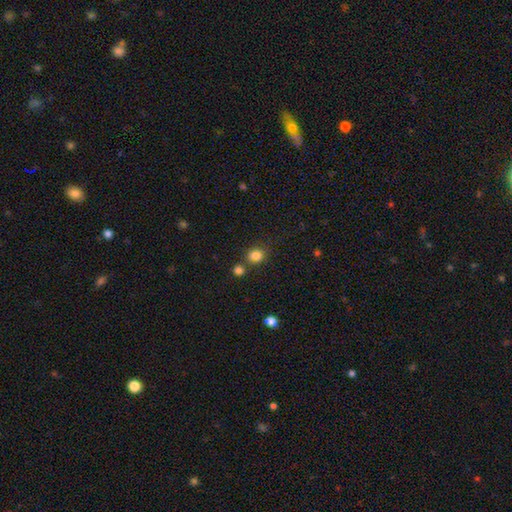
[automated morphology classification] Q: Smooth or featured?
A: smooth (83%); runner-up: star or artifact (12%)
Q: How rounded?
A: round (69%); runner-up: in between (30%)
Q: Merging?
A: none (70%); runner-up: merger (16%)